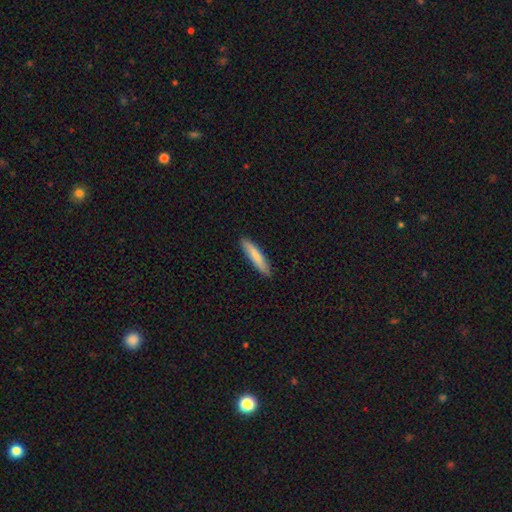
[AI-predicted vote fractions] smooth-or-featured: smooth: 81% | featured or disk: 14% | star or artifact: 5%
  how-rounded: cigar-shaped: 89% | in between: 10% | round: 1%
  merging: none: 89% | minor disturbance: 8% | major disturbance: 1% | merger: 1%